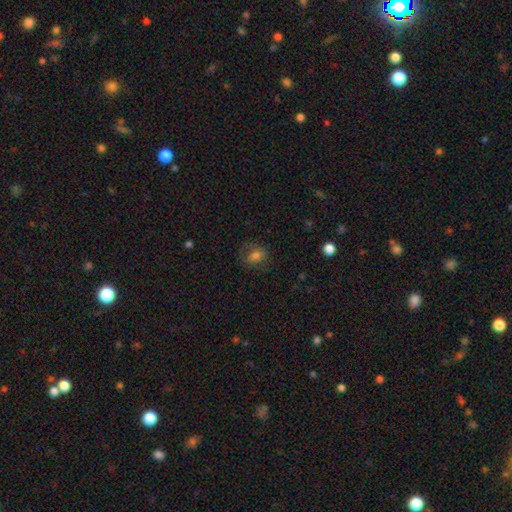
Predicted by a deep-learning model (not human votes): Smooth or featured? smooth (74%)
How rounded? in between (51%)
Merging? none (75%)